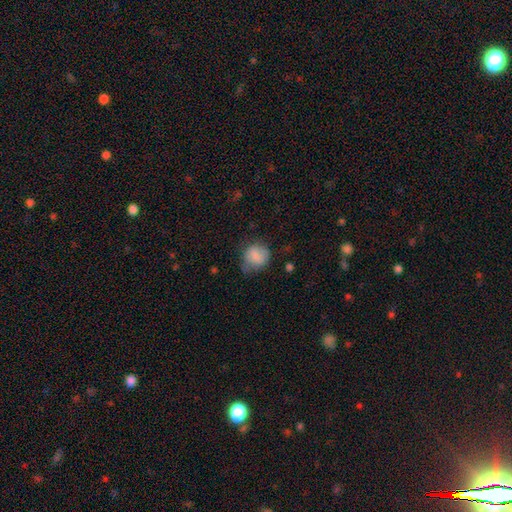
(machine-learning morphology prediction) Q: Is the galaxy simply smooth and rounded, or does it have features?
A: smooth — 80%.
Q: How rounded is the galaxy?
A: round — 71%.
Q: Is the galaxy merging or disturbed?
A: none — 51%.